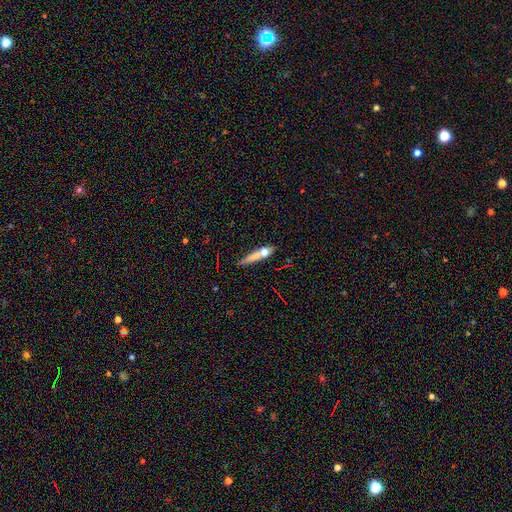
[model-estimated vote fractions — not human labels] Q: Smooth or featured?
A: smooth (55%); runner-up: featured or disk (35%)
Q: How rounded?
A: cigar-shaped (78%); runner-up: in between (14%)
Q: Merging?
A: none (62%); runner-up: merger (19%)